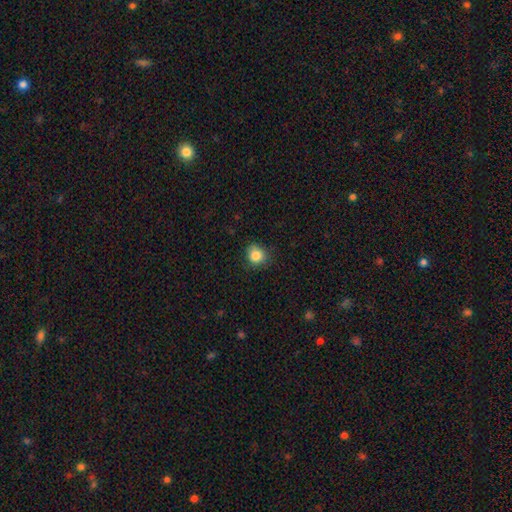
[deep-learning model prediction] Overall: smooth (85%). How rounded: round (81%). Merging: none (81%).